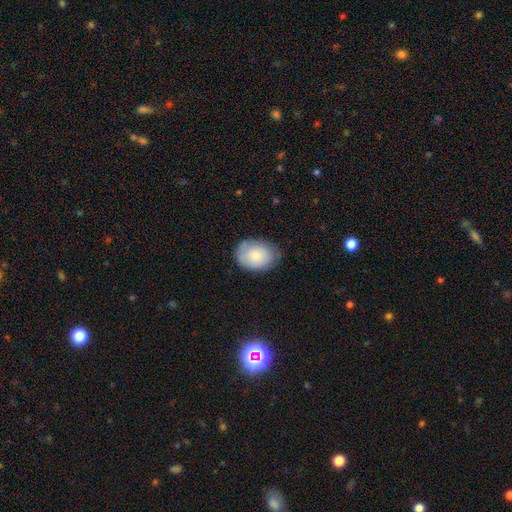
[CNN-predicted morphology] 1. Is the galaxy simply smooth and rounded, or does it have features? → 77% smooth, 16% featured or disk, 7% star or artifact.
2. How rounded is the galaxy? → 69% in between, 30% round, 1% cigar-shaped.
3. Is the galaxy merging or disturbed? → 74% none, 21% minor disturbance, 4% major disturbance, 1% merger.